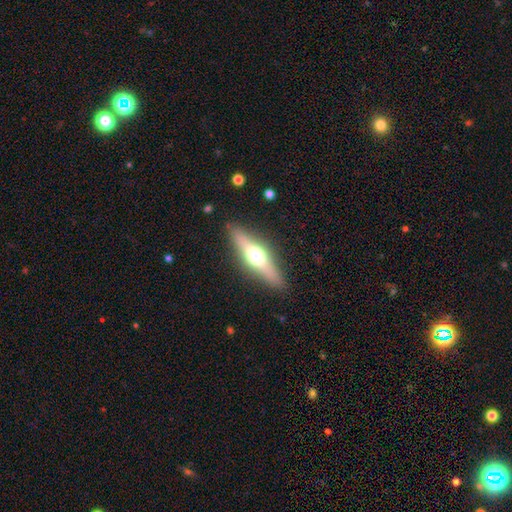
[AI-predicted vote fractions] This is possibly a featured or disk galaxy (56%). It is clearly viewed edge-on (92%). Edge-on bulge: clearly rounded (95%). Merging: clearly none (88%).